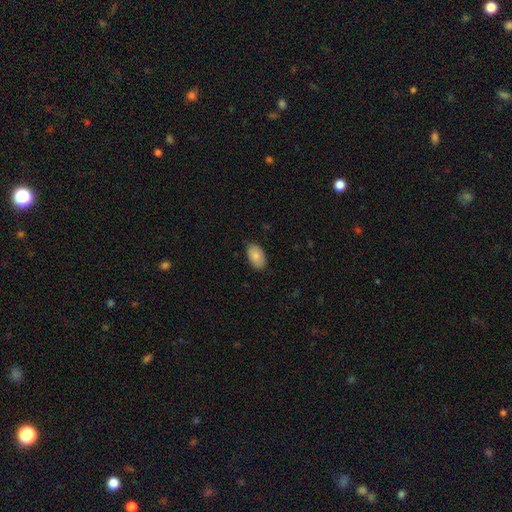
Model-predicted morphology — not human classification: Smooth or featured?
  - smooth: 85% *
  - featured or disk: 8%
  - star or artifact: 7%
How rounded?
  - in between: 93% *
  - round: 6%
  - cigar-shaped: 1%
Merging?
  - none: 85% *
  - minor disturbance: 12%
  - major disturbance: 2%
  - merger: 1%